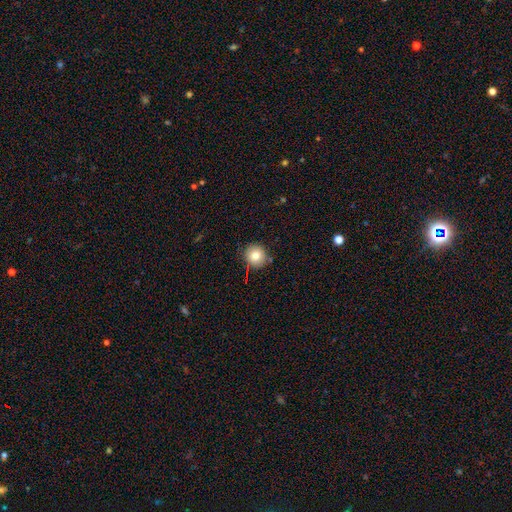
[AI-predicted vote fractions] Smooth or featured?
  - smooth: 81% *
  - star or artifact: 10%
  - featured or disk: 9%
How rounded?
  - round: 93% *
  - in between: 6%
  - cigar-shaped: 1%
Merging?
  - none: 83% *
  - minor disturbance: 11%
  - merger: 3%
  - major disturbance: 2%